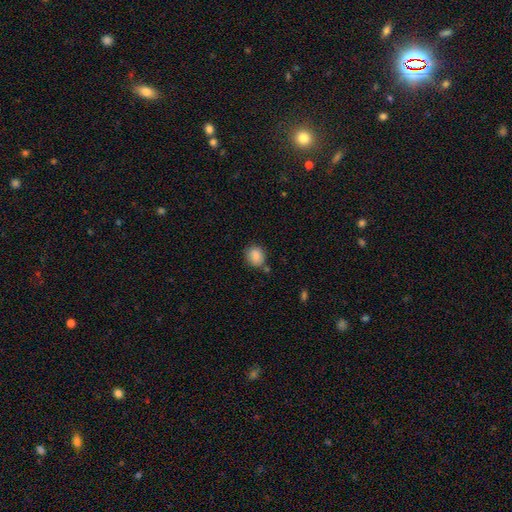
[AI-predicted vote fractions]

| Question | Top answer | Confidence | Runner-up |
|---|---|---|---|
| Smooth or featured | smooth | 87% | star or artifact (8%) |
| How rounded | round | 66% | in between (33%) |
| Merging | none | 74% | minor disturbance (16%) |